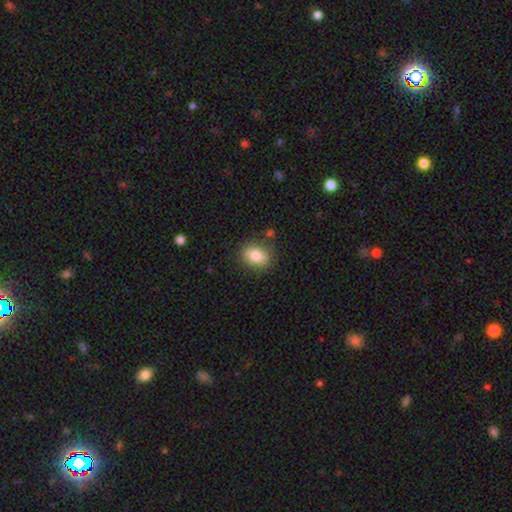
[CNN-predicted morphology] type=smooth (82%); roundness=in between (69%); merging=none (82%).